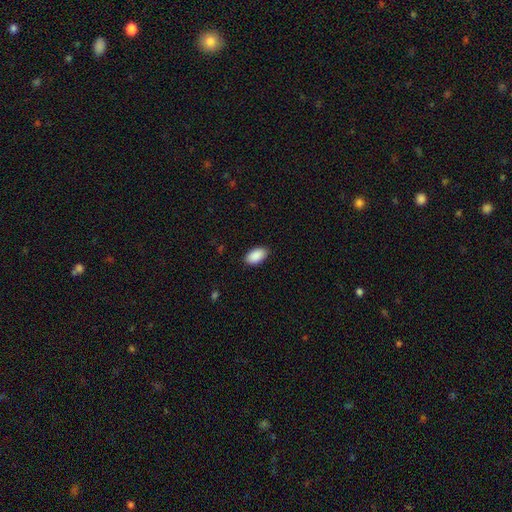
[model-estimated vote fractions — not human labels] A smooth galaxy with no disk features (91%) that is in between round and cigar-shaped (95%). Merging: none (88%).